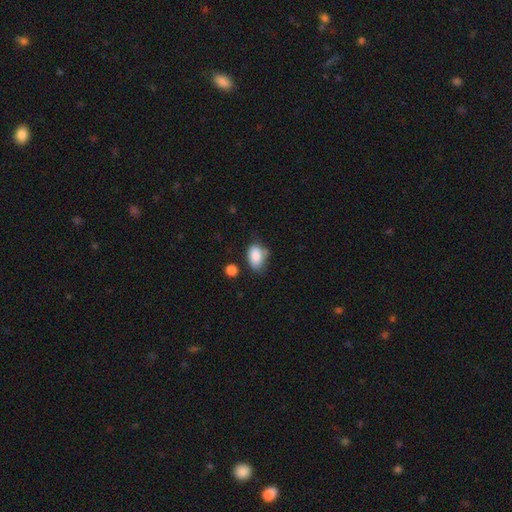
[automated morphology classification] A smooth galaxy with no disk features (85%) that is in between round and cigar-shaped (87%).

Vote fractions:
- Smooth or featured? smooth: 85% / star or artifact: 8% / featured or disk: 7%
- How rounded? in between: 87% / round: 11% / cigar-shaped: 1%
- Merging? none: 51% / minor disturbance: 32% / major disturbance: 8% / merger: 8%